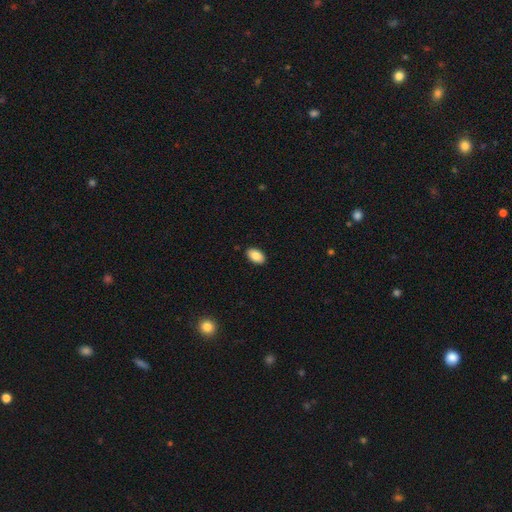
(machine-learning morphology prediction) This appears to be a smooth galaxy with no disk features (87%) that is in between round and cigar-shaped (92%). Merging: none (90%).